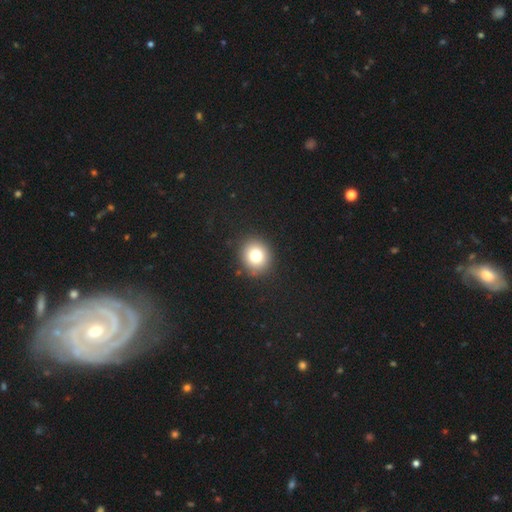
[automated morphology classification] A smooth galaxy with no disk features (77%) that is round (83%).

Vote fractions:
- Smooth or featured? smooth: 77% / star or artifact: 12% / featured or disk: 11%
- How rounded? round: 83% / in between: 17% / cigar-shaped: 1%
- Merging? none: 89% / minor disturbance: 7% / major disturbance: 2% / merger: 1%